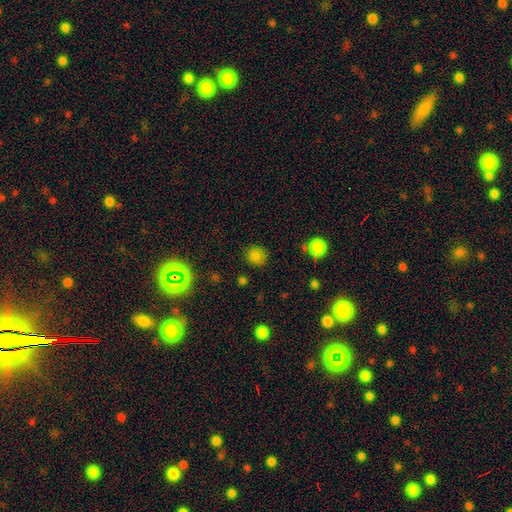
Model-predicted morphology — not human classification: Smooth or featured? Predicted: smooth (p=0.80). How rounded? Predicted: round (p=0.86). Merging? Predicted: none (p=0.84).